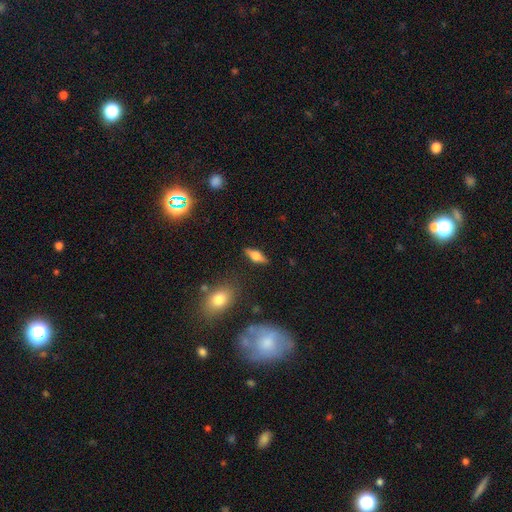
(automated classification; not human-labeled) smooth-or-featured: smooth: 49% | featured or disk: 43% | star or artifact: 8%
  merging: none: 87% | minor disturbance: 9% | major disturbance: 2% | merger: 2%